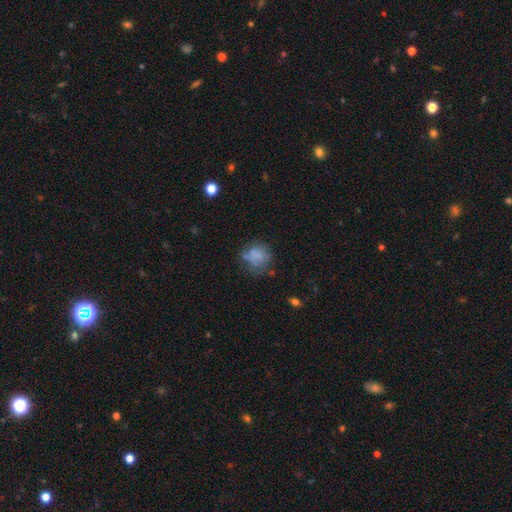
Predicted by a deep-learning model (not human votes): A smooth galaxy with no disk features (61%) that is round (72%).

Vote fractions:
- Smooth or featured? smooth: 61% / featured or disk: 26% / star or artifact: 13%
- How rounded? round: 72% / in between: 27% / cigar-shaped: 1%
- Merging? none: 48% / minor disturbance: 26% / major disturbance: 19% / merger: 6%